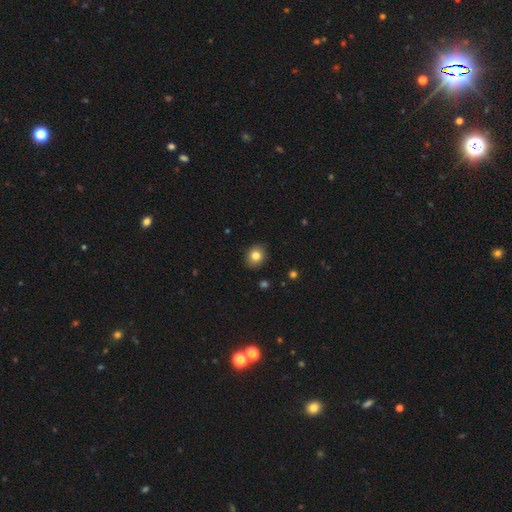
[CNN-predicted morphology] This appears to be a smooth galaxy with no disk features (82%) that is round (64%). Merging: none (89%).